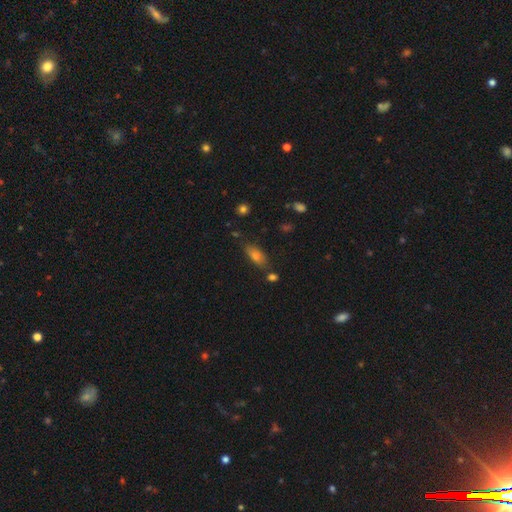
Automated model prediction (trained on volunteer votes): The model was most divided on "smooth or featured": smooth: 66%, featured or disk: 19%, star or artifact: 15%. More confident: merging — none (74%); how rounded — in between (73%).